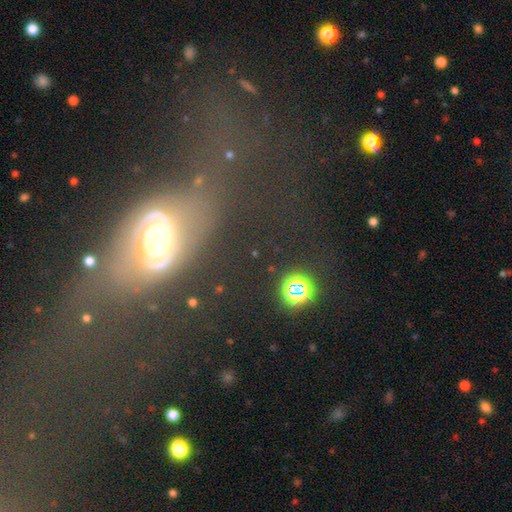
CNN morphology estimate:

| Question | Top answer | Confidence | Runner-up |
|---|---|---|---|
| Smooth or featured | featured or disk | 57% | smooth (27%) |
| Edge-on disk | no | 83% | yes (17%) |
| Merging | none | 43% | major disturbance (35%) |